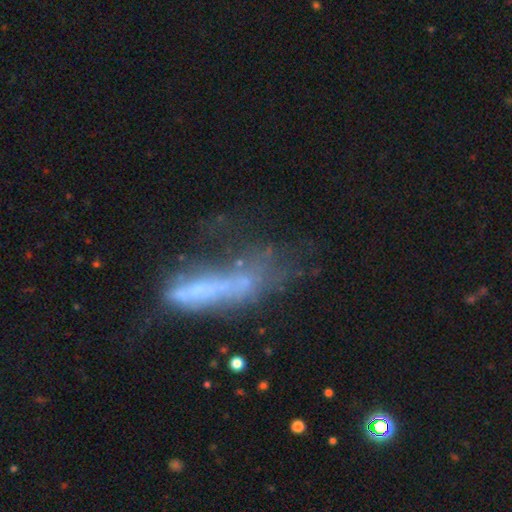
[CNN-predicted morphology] Q: Smooth or featured?
A: featured or disk (47%); runner-up: smooth (35%)
Q: Merging?
A: major disturbance (39%); runner-up: none (25%)